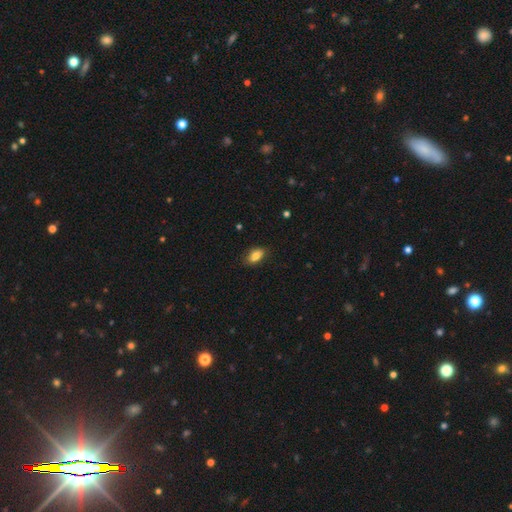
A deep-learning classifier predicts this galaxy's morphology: type=smooth (82%); roundness=in between (90%); merging=none (80%).